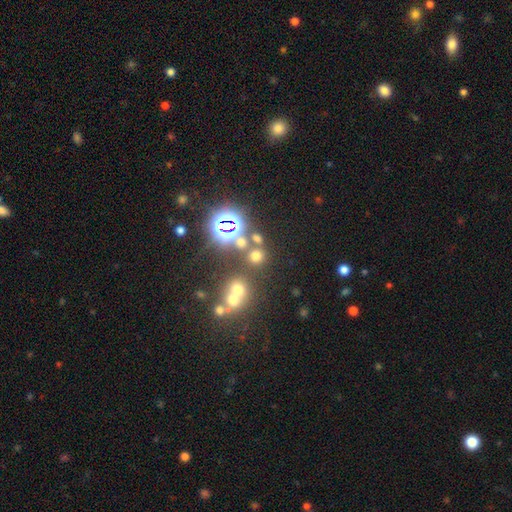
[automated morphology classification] Smooth or featured? smooth (58%)
How rounded? round (87%)
Merging? none (68%)